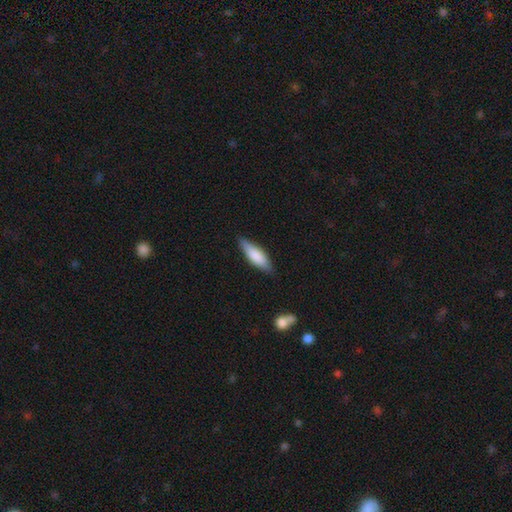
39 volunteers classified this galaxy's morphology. Smooth or featured? 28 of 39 (72%) said smooth. How rounded? 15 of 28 (54%) said in between. Merging? 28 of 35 (80%) said none.